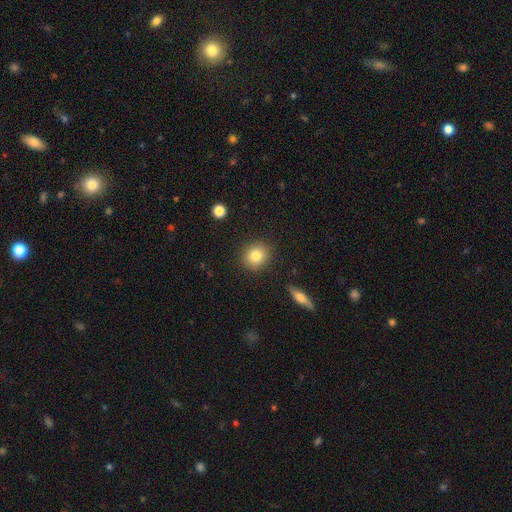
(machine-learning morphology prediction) smooth-or-featured: smooth: 81% | featured or disk: 10% | star or artifact: 10%
  how-rounded: round: 77% | in between: 22% | cigar-shaped: 1%
  merging: none: 88% | minor disturbance: 8% | major disturbance: 2% | merger: 2%